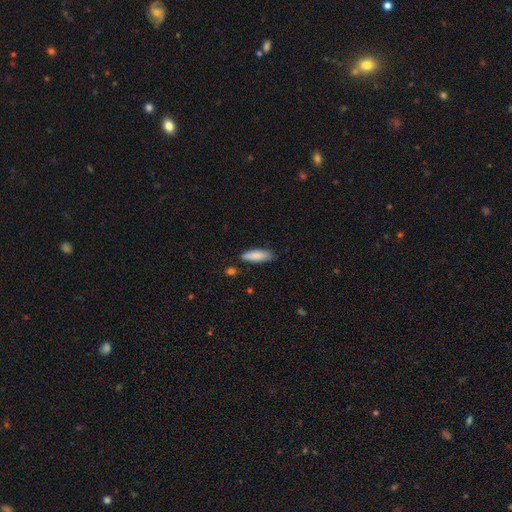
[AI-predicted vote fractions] smooth 85%, featured or disk 9%, star or artifact 6%. Down the decision tree: how rounded — in between (53%); merging — none (81%).